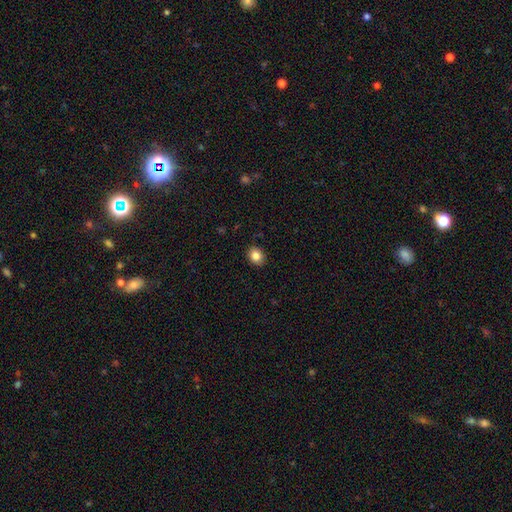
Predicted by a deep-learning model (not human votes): Smooth or featured? Predicted: smooth (p=0.84). How rounded? Predicted: round (p=0.57). Merging? Predicted: none (p=0.90).